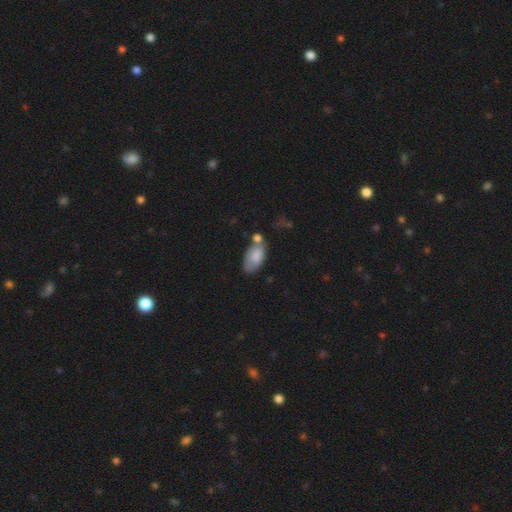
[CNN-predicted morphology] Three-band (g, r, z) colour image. It shows a smooth galaxy with no disk features (78%) that is in between round and cigar-shaped (93%). Merging: none (38%).